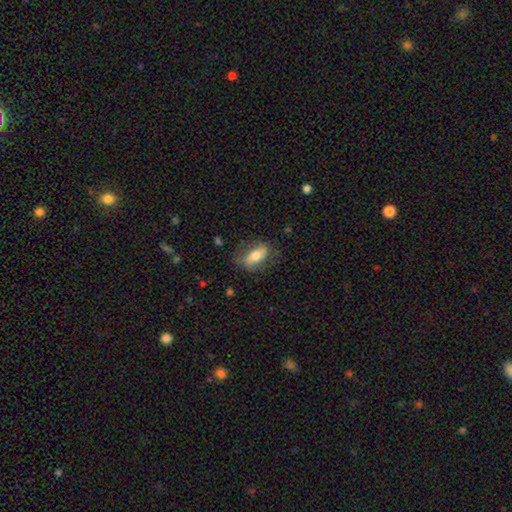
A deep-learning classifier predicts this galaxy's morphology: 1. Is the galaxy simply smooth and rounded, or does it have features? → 56% smooth, 37% featured or disk, 7% star or artifact.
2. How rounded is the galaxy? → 76% in between, 18% cigar-shaped, 7% round.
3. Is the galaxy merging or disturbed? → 70% none, 20% minor disturbance, 9% major disturbance, 2% merger.